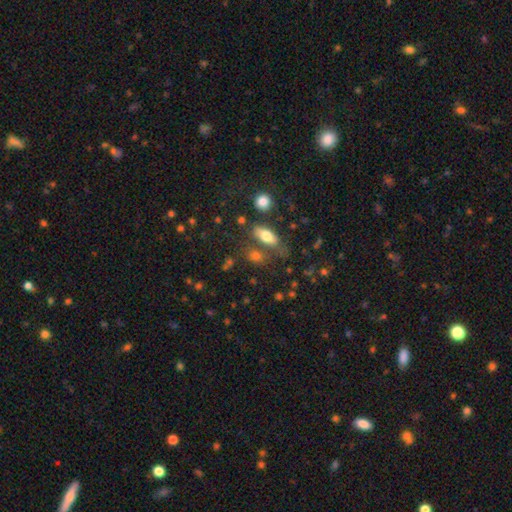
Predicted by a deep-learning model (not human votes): This is likely a smooth galaxy (72%). How rounded: likely in between (76%). Merging: likely none (62%).